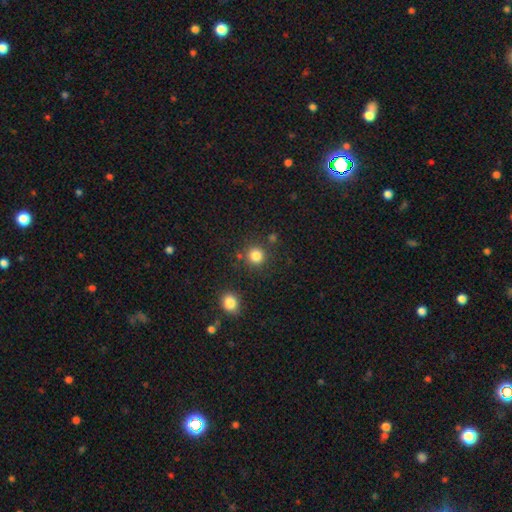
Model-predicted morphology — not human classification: Q: Smooth or featured?
A: smooth (84%); runner-up: star or artifact (12%)
Q: How rounded?
A: round (91%); runner-up: in between (8%)
Q: Merging?
A: none (83%); runner-up: minor disturbance (8%)